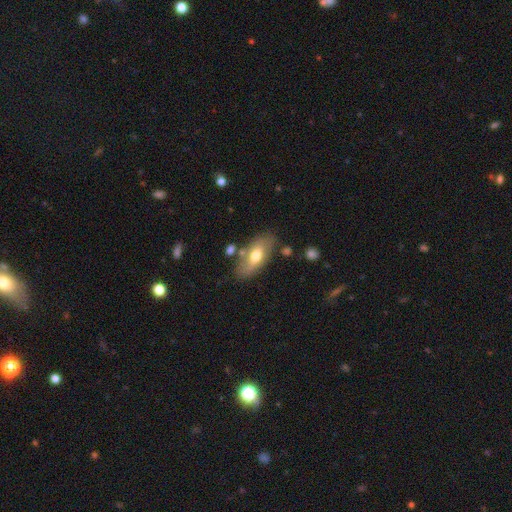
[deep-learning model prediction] Morphology: type=smooth (60%); roundness=in between (85%); merging=none (72%).